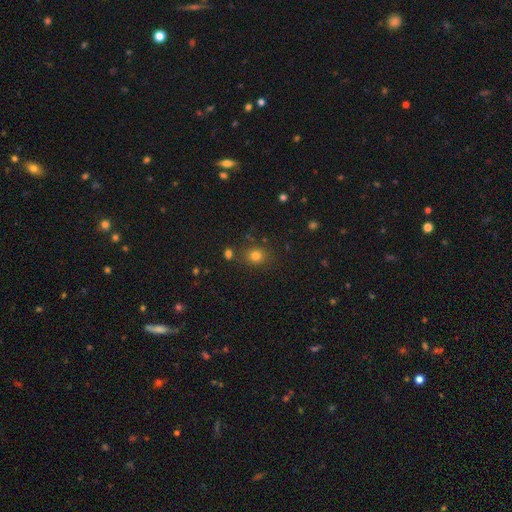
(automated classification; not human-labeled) Smooth or featured? Predicted: smooth (p=0.79). How rounded? Predicted: round (p=0.71). Merging? Predicted: none (p=0.79).